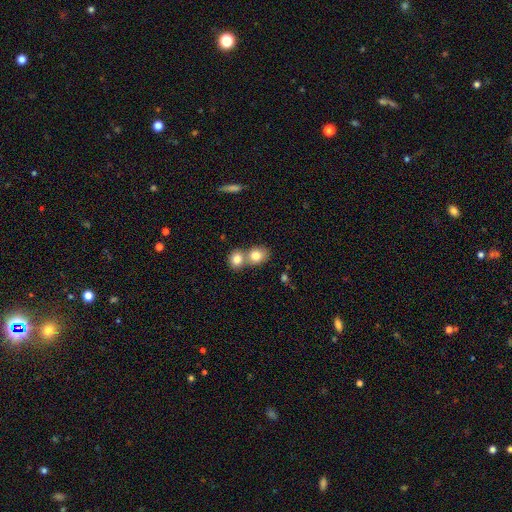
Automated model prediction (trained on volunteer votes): A smooth galaxy with no disk features (79%) that is round (64%).

Vote fractions:
- Smooth or featured? smooth: 79% / featured or disk: 12% / star or artifact: 9%
- How rounded? round: 64% / in between: 35% / cigar-shaped: 1%
- Merging? merger: 59% / none: 33% / minor disturbance: 6% / major disturbance: 2%